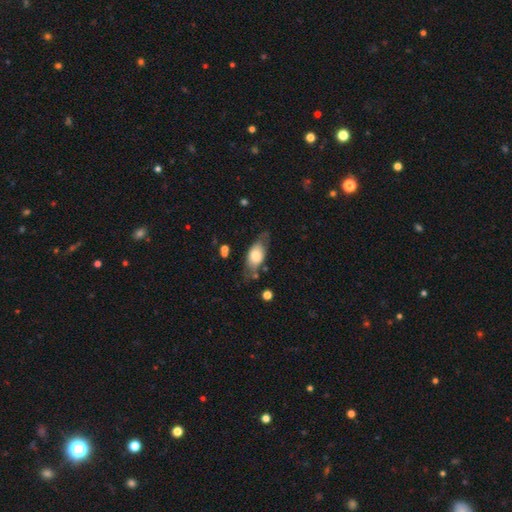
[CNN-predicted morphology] Q: Smooth or featured?
A: smooth (67%); runner-up: featured or disk (26%)
Q: How rounded?
A: in between (85%); runner-up: cigar-shaped (10%)
Q: Merging?
A: none (62%); runner-up: minor disturbance (24%)